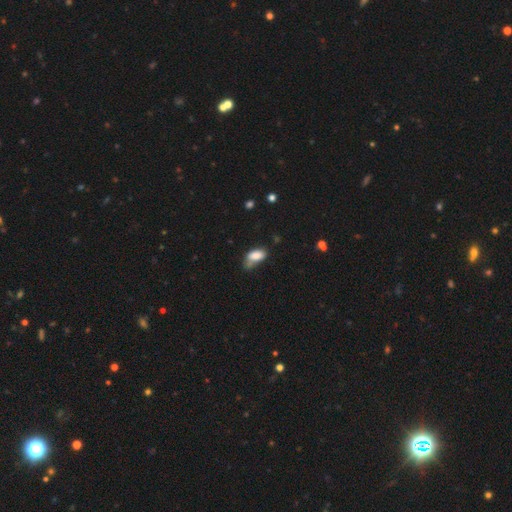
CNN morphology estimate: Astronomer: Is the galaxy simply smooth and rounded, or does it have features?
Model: smooth — 83%.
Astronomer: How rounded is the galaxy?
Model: in between — 91%.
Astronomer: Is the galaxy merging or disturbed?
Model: none — 37% (runner-up: minor disturbance, 35%).